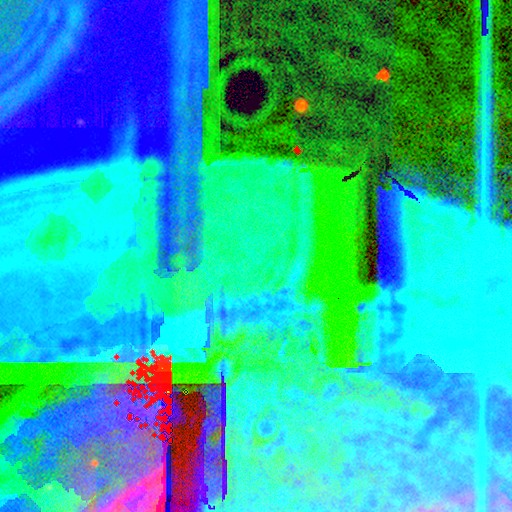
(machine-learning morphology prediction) A star or artifact, not a galaxy (86%).

Vote fractions:
- Smooth or featured? star or artifact: 86% / featured or disk: 8% / smooth: 6%